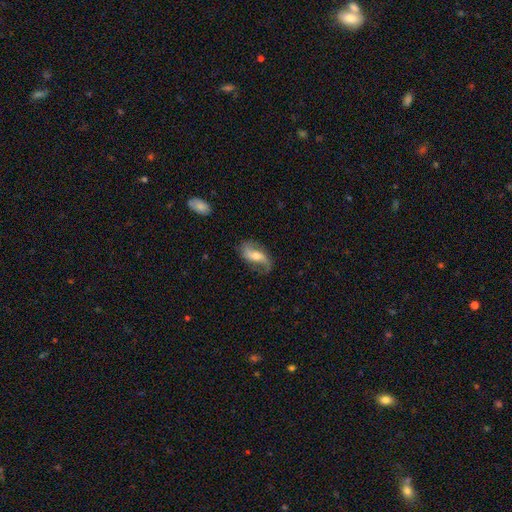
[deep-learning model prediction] Smooth or featured? Predicted: featured or disk (p=0.77). Edge-on disk? Predicted: no (p=0.94). Bar? Predicted: weak (p=0.39). Spiral arms? Predicted: yes (p=0.93). Spiral winding? Predicted: loose (p=0.73). Spiral arm count? Predicted: 2 (p=0.88). Bulge size? Predicted: moderate (p=0.58). Merging? Predicted: none (p=0.73).